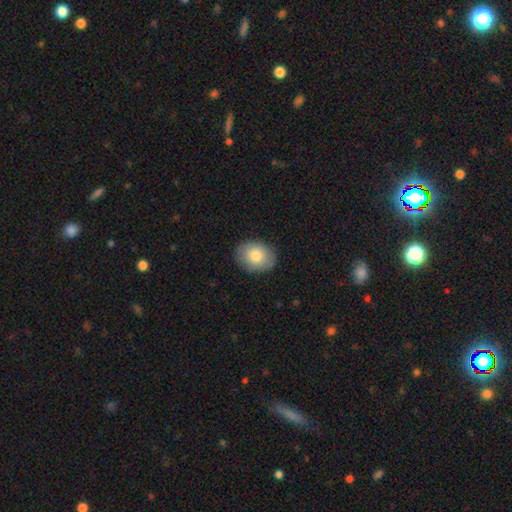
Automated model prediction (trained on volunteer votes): Morphology: type=smooth (80%); roundness=in between (59%); merging=none (87%).